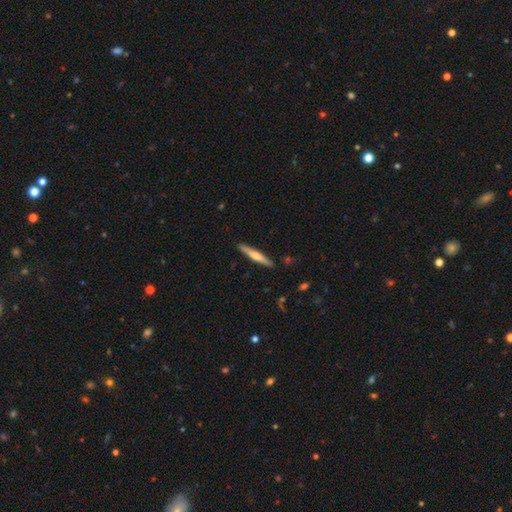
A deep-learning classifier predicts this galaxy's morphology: Q: Smooth or featured?
A: featured or disk (51%); runner-up: smooth (44%)
Q: Edge-on disk?
A: yes (96%); runner-up: no (4%)
Q: Merging?
A: none (90%); runner-up: minor disturbance (7%)